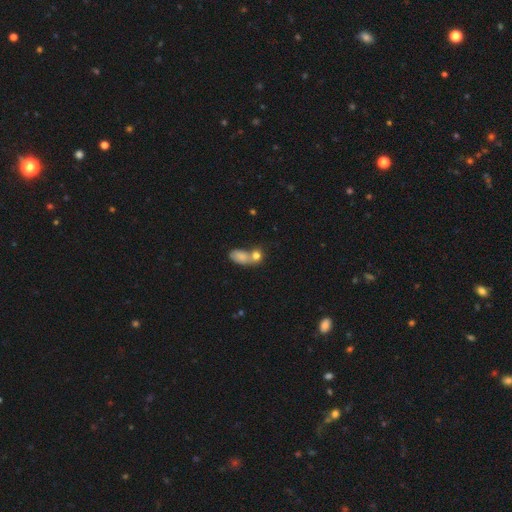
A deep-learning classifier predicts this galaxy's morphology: Smooth or featured? Predicted: smooth (p=0.79). How rounded? Predicted: in between (p=0.55). Merging? Predicted: merger (p=0.54).